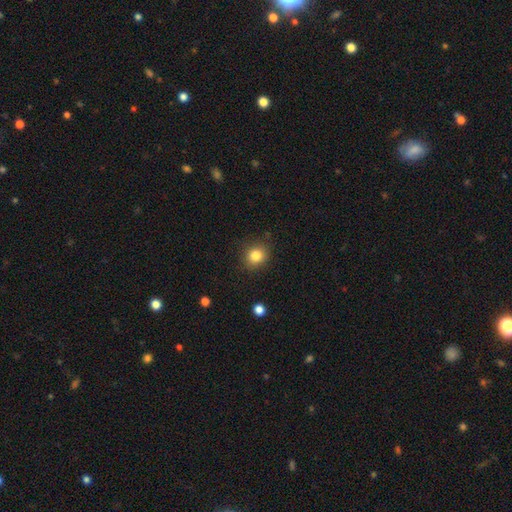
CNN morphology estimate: Smooth or featured? smooth (83%)
How rounded? round (79%)
Merging? none (86%)